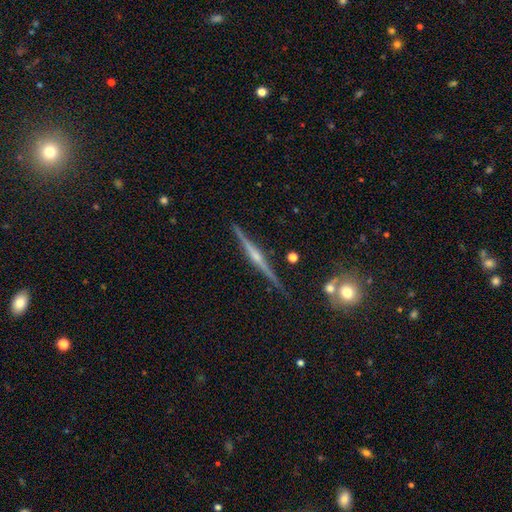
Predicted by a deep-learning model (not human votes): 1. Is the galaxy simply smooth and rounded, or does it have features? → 83% featured or disk, 10% smooth, 7% star or artifact.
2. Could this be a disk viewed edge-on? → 98% yes, 2% no.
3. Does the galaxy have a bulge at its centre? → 78% rounded, 14% none, 9% boxy.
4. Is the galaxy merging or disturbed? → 89% none, 7% minor disturbance, 2% merger, 2% major disturbance.